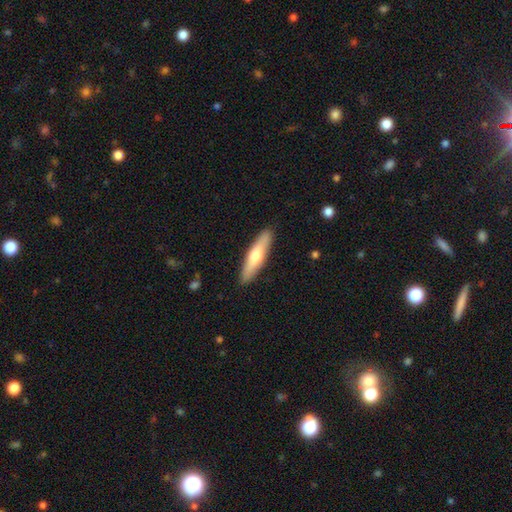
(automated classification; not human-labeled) The model was most divided on "smooth or featured": smooth: 57%, featured or disk: 39%, star or artifact: 5%. More confident: merging — none (90%); how rounded — cigar-shaped (79%).